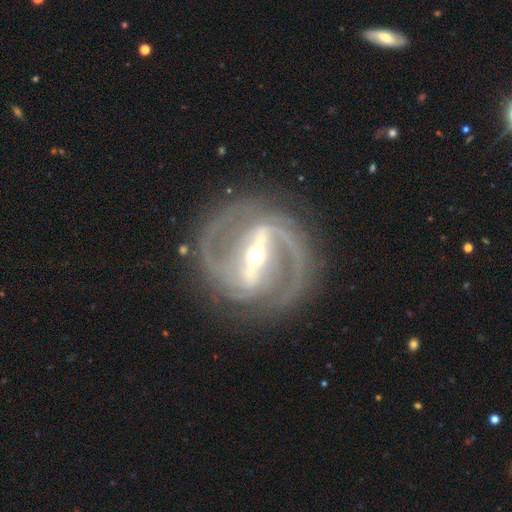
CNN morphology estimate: A featured or disk galaxy (92%) with a strong bar (83%), 2 (64%) tight (46%) spiral arms (97%) and a small central bulge (55%).

Vote fractions:
- Smooth or featured? featured or disk: 92% / star or artifact: 4% / smooth: 3%
- Edge-on disk? no: 94% / yes: 6%
- Bar? strong: 83% / weak: 13% / no: 4%
- Spiral arms? yes: 97% / no: 3%
- Spiral winding? tight: 46% / medium: 44% / loose: 10%
- Spiral arm count? 2: 64% / 3: 16% / can't tell: 7% / 4: 5% / 1: 3% / more than 4: 3%
- Bulge size? small: 55% / moderate: 41% / large: 3% / dominant: 1% / none: 1%
- Merging? none: 80% / minor disturbance: 12% / major disturbance: 6% / merger: 2%